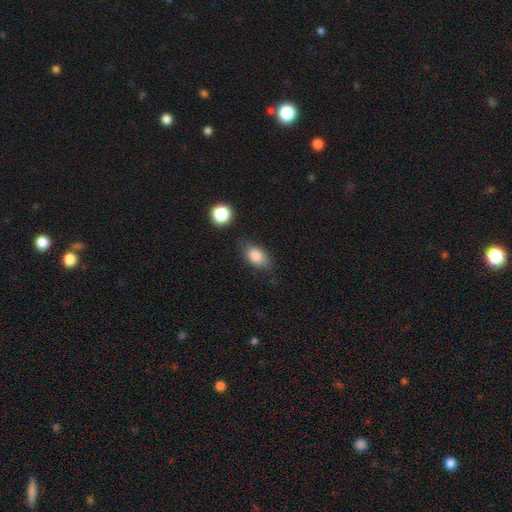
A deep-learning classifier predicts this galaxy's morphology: A smooth galaxy with no disk features (84%) that is in between round and cigar-shaped (87%).

Vote fractions:
- Smooth or featured? smooth: 84% / star or artifact: 8% / featured or disk: 8%
- How rounded? in between: 87% / round: 10% / cigar-shaped: 4%
- Merging? none: 70% / minor disturbance: 20% / major disturbance: 6% / merger: 4%